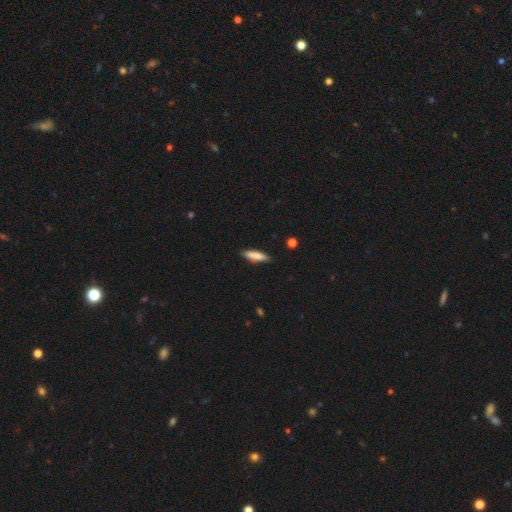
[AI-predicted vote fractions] smooth_or_featured: smooth (p=0.80) [alt: featured or disk p=0.13]
how_rounded: cigar-shaped (p=0.75) [alt: in between p=0.24]
merging: none (p=0.86) [alt: minor disturbance p=0.11]